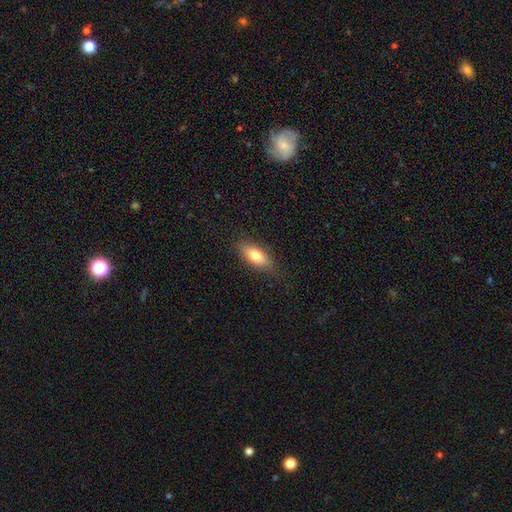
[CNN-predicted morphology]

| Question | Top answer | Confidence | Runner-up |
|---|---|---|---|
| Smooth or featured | smooth | 74% | featured or disk (19%) |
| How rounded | in between | 77% | cigar-shaped (19%) |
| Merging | none | 79% | minor disturbance (16%) |